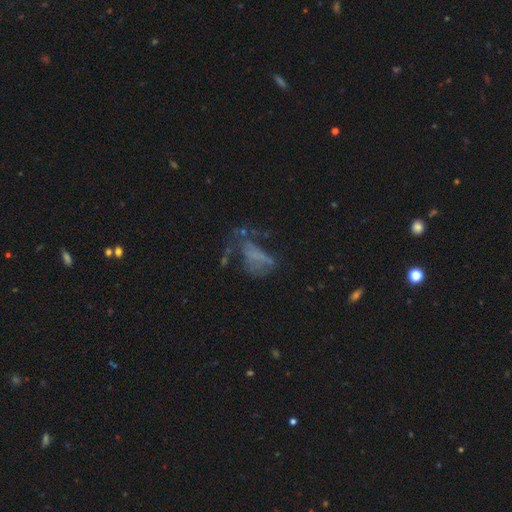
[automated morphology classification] A featured or disk galaxy (45%). Merging: major disturbance (50%).